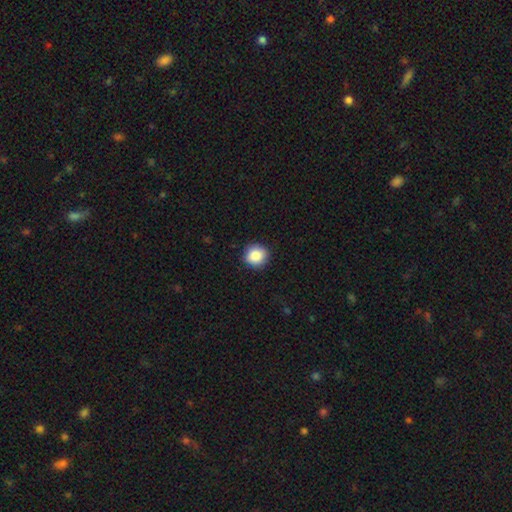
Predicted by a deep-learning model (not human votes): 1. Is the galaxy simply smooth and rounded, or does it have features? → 87% smooth, 9% star or artifact, 4% featured or disk.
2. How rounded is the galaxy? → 90% round, 9% in between, 1% cigar-shaped.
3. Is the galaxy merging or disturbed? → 89% none, 8% minor disturbance, 2% major disturbance, 1% merger.